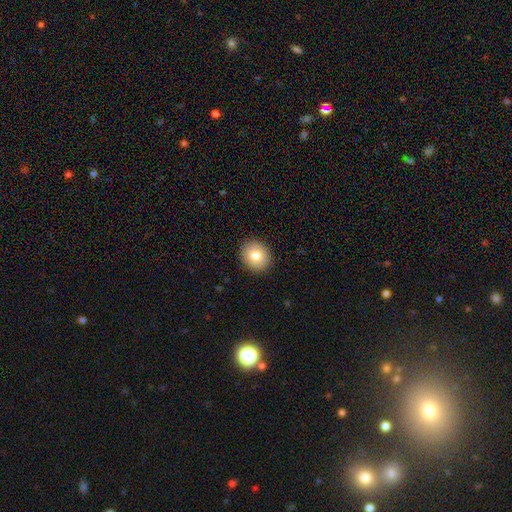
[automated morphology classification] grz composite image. It shows a smooth galaxy with no disk features (82%) that is round (72%). Merging: none (91%).